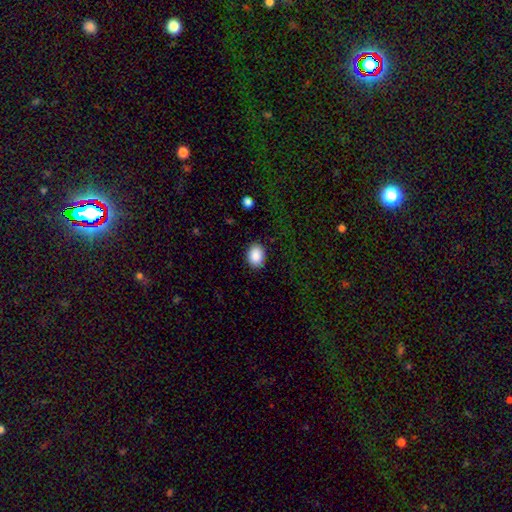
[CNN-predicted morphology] smooth_or_featured: smooth (p=0.89) [alt: star or artifact p=0.07]
how_rounded: in between (p=0.74) [alt: round p=0.25]
merging: none (p=0.88) [alt: minor disturbance p=0.09]